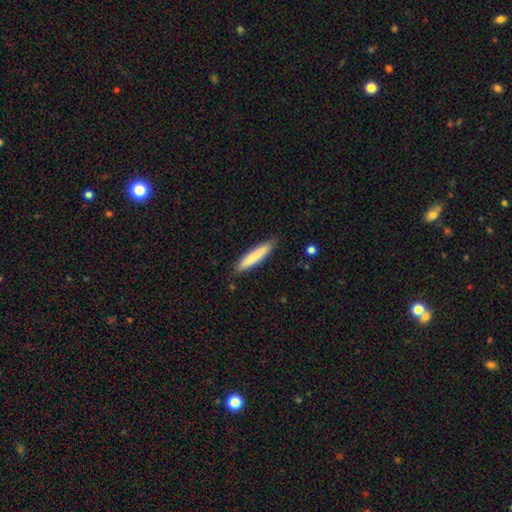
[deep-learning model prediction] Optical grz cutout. It shows a smooth galaxy with no disk features (80%) that is cigar-shaped (89%). Merging: none (86%).